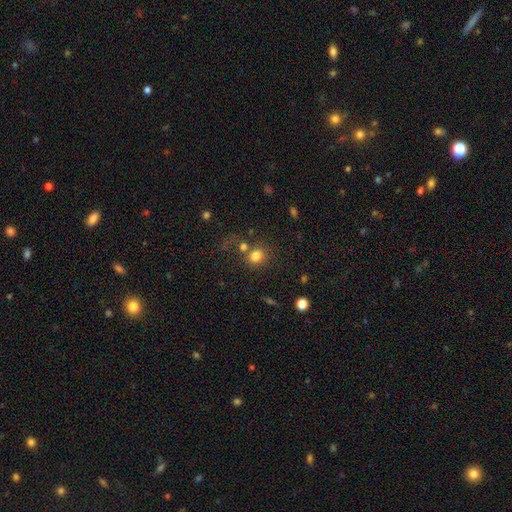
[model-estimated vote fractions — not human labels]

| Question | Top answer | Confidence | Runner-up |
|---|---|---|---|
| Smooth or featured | smooth | 79% | star or artifact (13%) |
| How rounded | round | 70% | in between (29%) |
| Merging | none | 63% | merger (19%) |